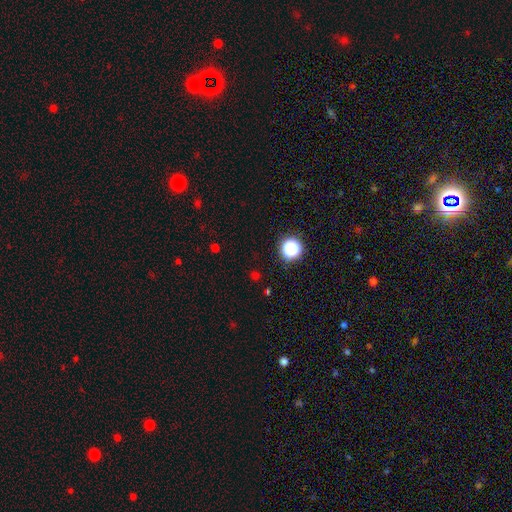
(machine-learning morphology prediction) The model was most divided on "smooth or featured": star or artifact: 50%, smooth: 44%, featured or disk: 6%.